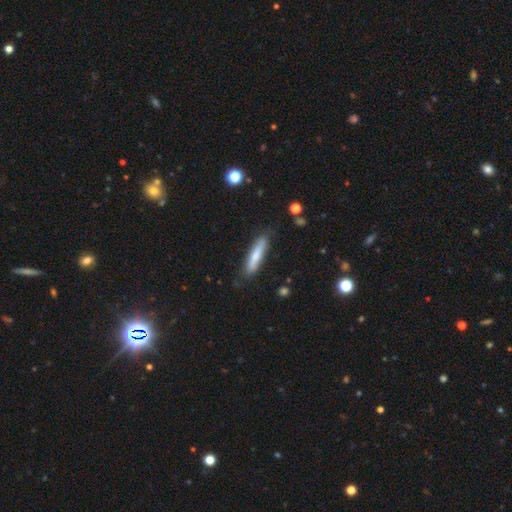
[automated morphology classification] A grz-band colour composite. It shows a smooth galaxy with no disk features (70%) that is cigar-shaped (84%). Merging: none (81%).